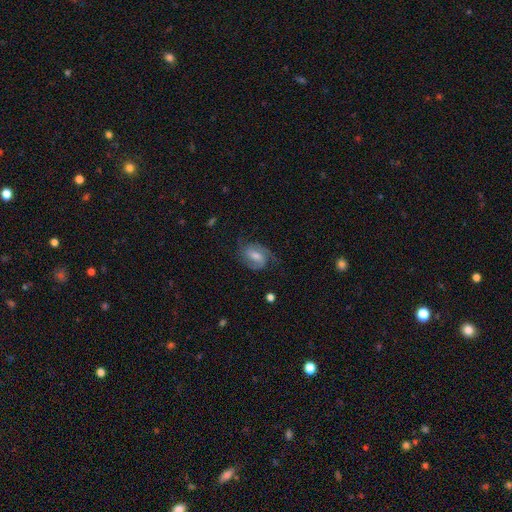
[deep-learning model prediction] Q: Smooth or featured?
A: featured or disk (78%); runner-up: smooth (15%)
Q: Edge-on disk?
A: no (97%); runner-up: yes (3%)
Q: Bar?
A: weak (51%); runner-up: no (29%)
Q: Spiral arms?
A: yes (95%); runner-up: no (5%)
Q: Spiral winding?
A: medium (48%); runner-up: tight (33%)
Q: Spiral arm count?
A: 2 (73%); runner-up: can't tell (9%)
Q: Bulge size?
A: moderate (56%); runner-up: small (31%)
Q: Merging?
A: none (71%); runner-up: minor disturbance (18%)